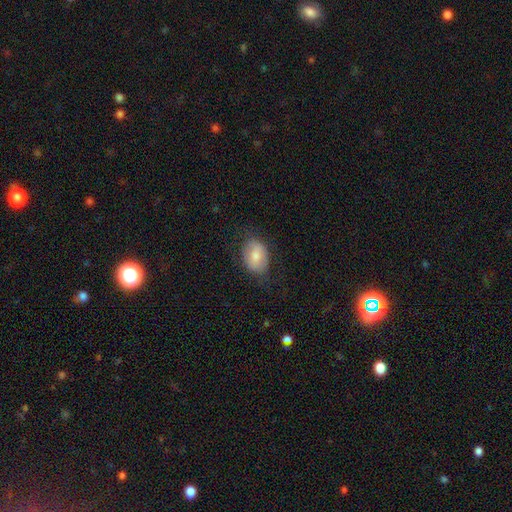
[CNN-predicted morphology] smooth-or-featured: smooth: 72% | featured or disk: 20% | star or artifact: 8%
  how-rounded: in between: 79% | round: 20% | cigar-shaped: 1%
  merging: none: 76% | minor disturbance: 17% | major disturbance: 6% | merger: 1%